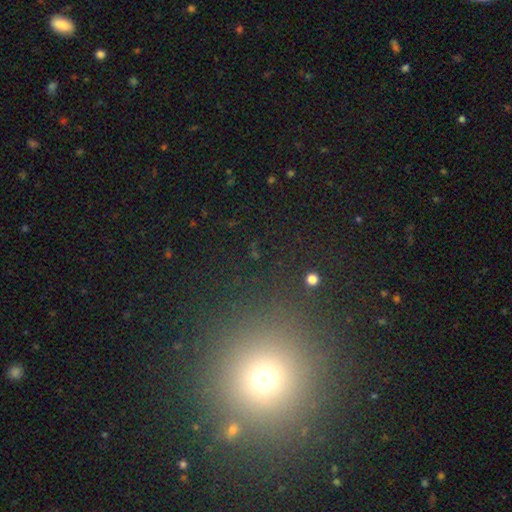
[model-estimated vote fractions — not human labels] Q: Smooth or featured?
A: smooth (47%); runner-up: star or artifact (44%)
Q: Merging?
A: none (87%); runner-up: minor disturbance (7%)